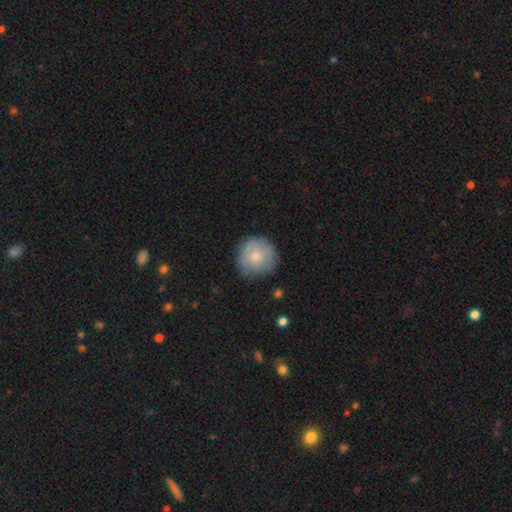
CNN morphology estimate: Overall: smooth (75%). How rounded: round (94%). Merging: none (79%).